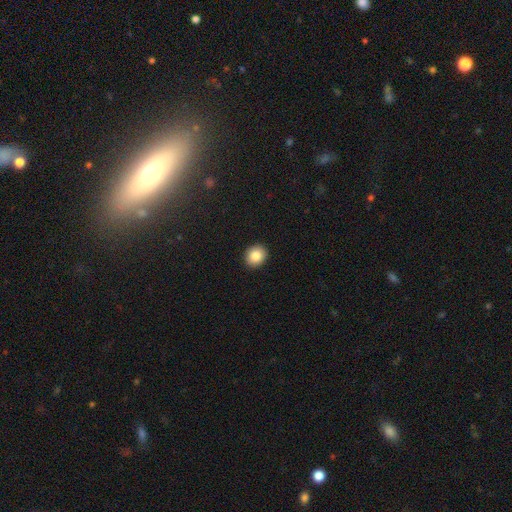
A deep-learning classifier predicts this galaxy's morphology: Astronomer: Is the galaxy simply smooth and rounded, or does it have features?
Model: smooth — 85%.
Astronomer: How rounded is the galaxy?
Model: round — 74%.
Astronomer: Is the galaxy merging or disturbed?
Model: none — 92%.